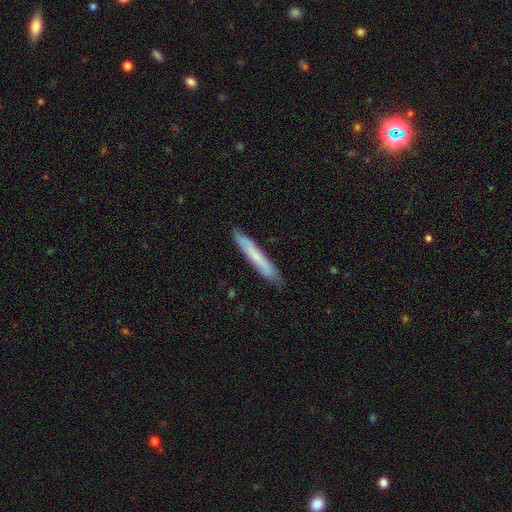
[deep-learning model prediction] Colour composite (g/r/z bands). It shows a smooth galaxy with no disk features (64%) that is cigar-shaped (95%). Merging: none (86%).